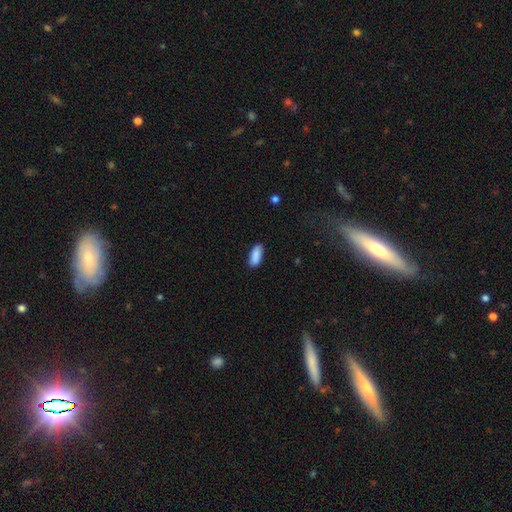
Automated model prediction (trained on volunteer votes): smooth-or-featured: smooth: 89% | star or artifact: 6% | featured or disk: 5%
  how-rounded: in between: 76% | cigar-shaped: 22% | round: 2%
  merging: none: 85% | minor disturbance: 12% | major disturbance: 2% | merger: 1%